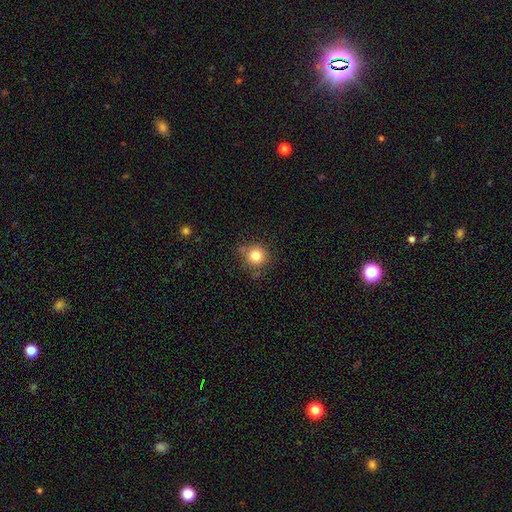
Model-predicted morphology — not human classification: This is clearly a smooth galaxy (82%). How rounded: clearly round (91%). Merging: likely none (73%).